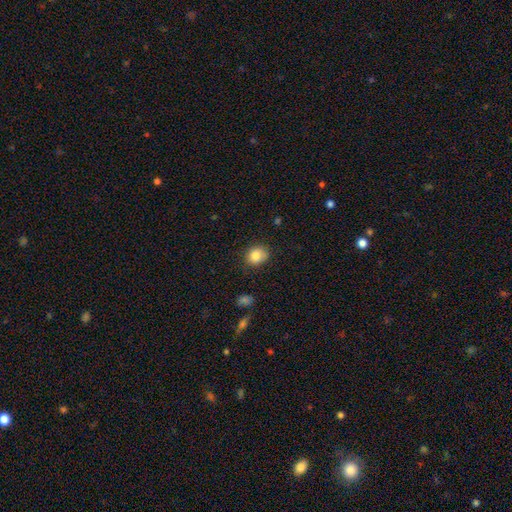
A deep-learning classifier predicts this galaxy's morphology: smooth_or_featured: smooth (p=0.84) [alt: star or artifact p=0.10]
how_rounded: round (p=0.67) [alt: in between p=0.33]
merging: none (p=0.76) [alt: minor disturbance p=0.19]